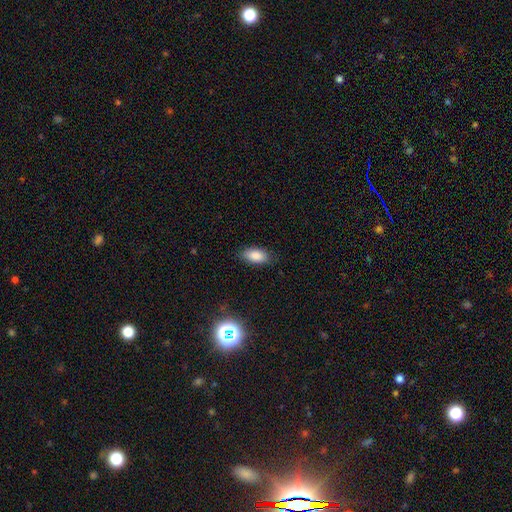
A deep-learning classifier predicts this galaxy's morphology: smooth-or-featured: smooth: 84% | star or artifact: 8% | featured or disk: 7%
  how-rounded: in between: 88% | cigar-shaped: 8% | round: 4%
  merging: none: 82% | minor disturbance: 14% | major disturbance: 3% | merger: 1%